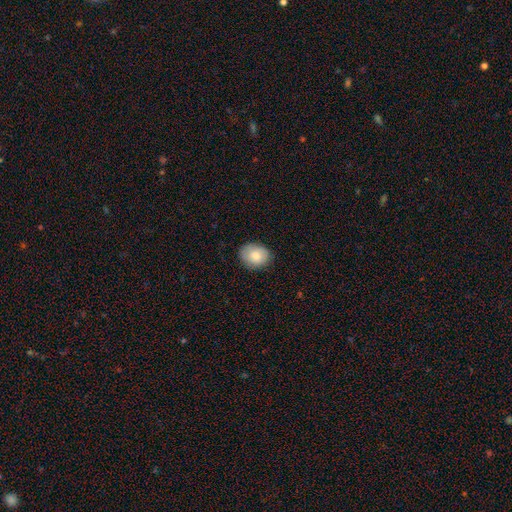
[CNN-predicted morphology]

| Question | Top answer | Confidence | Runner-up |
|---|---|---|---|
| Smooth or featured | smooth | 83% | featured or disk (10%) |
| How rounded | in between | 56% | round (43%) |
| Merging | none | 81% | minor disturbance (15%) |